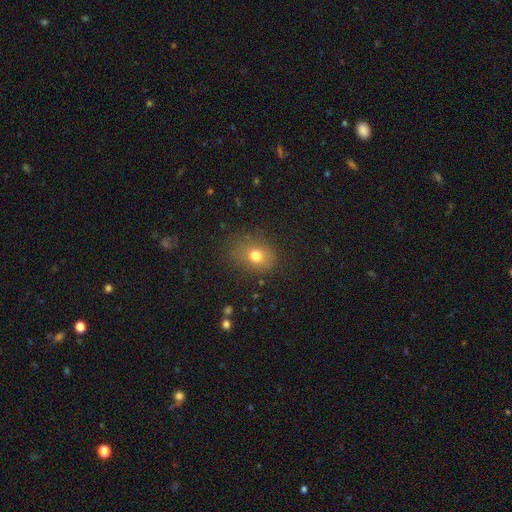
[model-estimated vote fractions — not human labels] The model was most divided on "how rounded": round: 52%, in between: 47%, cigar-shaped: 1%. More confident: smooth or featured — smooth (74%); merging — none (73%).